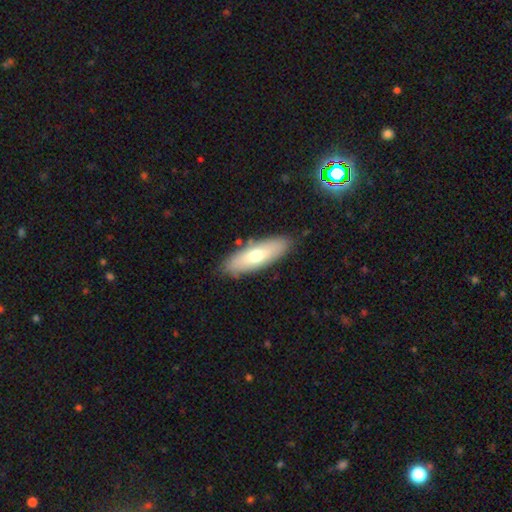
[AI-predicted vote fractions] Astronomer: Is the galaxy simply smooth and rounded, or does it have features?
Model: smooth — 63%.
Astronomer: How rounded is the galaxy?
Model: in between — 59% (runner-up: cigar-shaped, 39%).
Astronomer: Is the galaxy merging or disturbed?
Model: none — 85%.